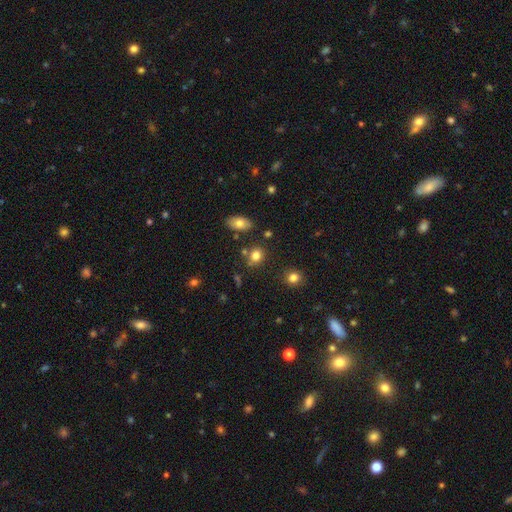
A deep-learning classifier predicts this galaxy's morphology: Smooth or featured?
  - smooth: 81% *
  - star or artifact: 12%
  - featured or disk: 7%
How rounded?
  - round: 55% *
  - in between: 44%
  - cigar-shaped: 1%
Merging?
  - none: 73% *
  - minor disturbance: 13%
  - merger: 10%
  - major disturbance: 4%